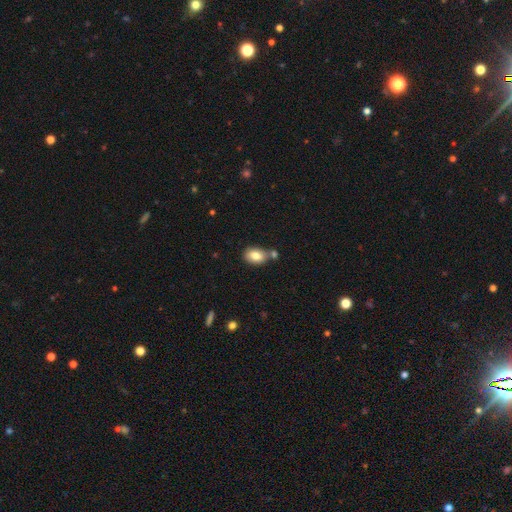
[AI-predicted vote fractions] Q: Smooth or featured?
A: smooth (82%); runner-up: featured or disk (10%)
Q: How rounded?
A: in between (82%); runner-up: round (16%)
Q: Merging?
A: none (57%); runner-up: merger (25%)